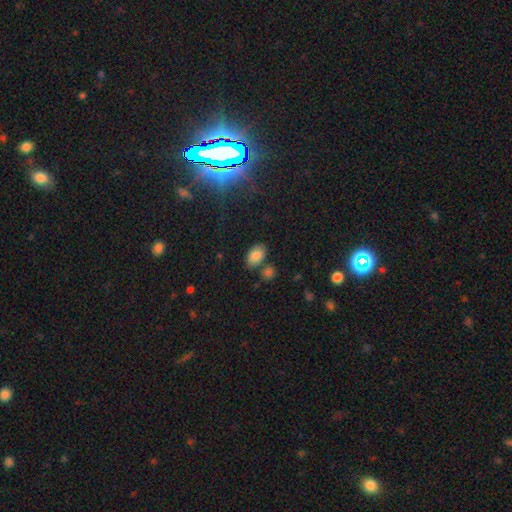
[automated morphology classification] Smooth or featured: smooth — 83% (star or artifact — 10%)
How rounded: in between — 90% (round — 9%)
Merging: none — 72% (minor disturbance — 13%)